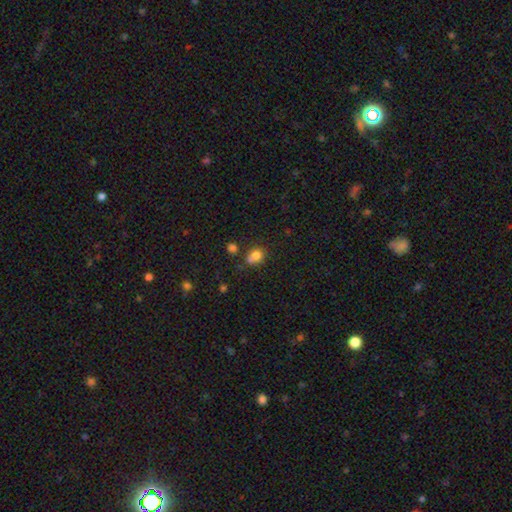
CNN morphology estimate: Smooth or featured? smooth (78%)
How rounded? round (61%)
Merging? none (44%)